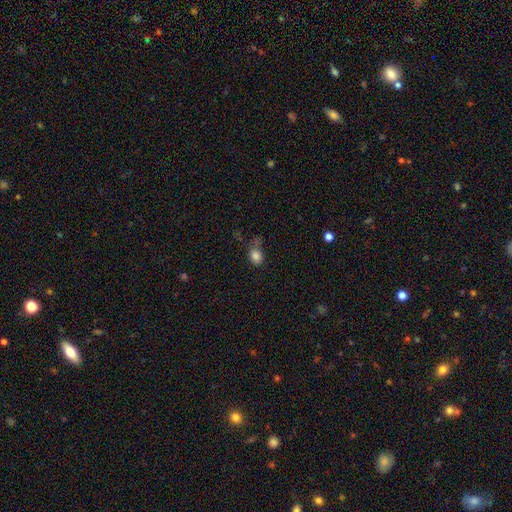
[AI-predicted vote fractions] Q: Smooth or featured?
A: smooth (83%); runner-up: star or artifact (11%)
Q: How rounded?
A: round (59%); runner-up: in between (40%)
Q: Merging?
A: none (50%); runner-up: minor disturbance (23%)